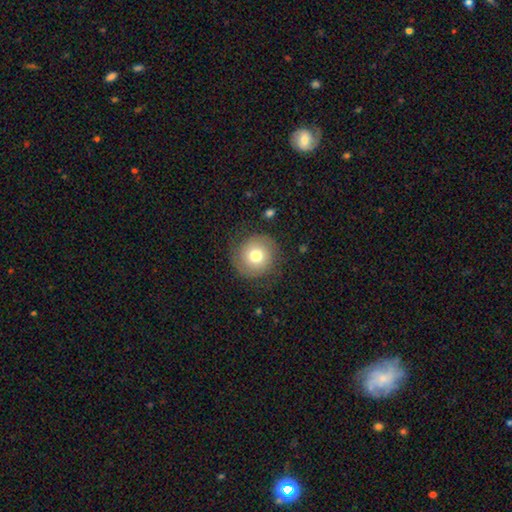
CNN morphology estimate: Smooth or featured: smooth — 54% (featured or disk — 37%)
How rounded: round — 92% (in between — 7%)
Merging: none — 78% (minor disturbance — 13%)